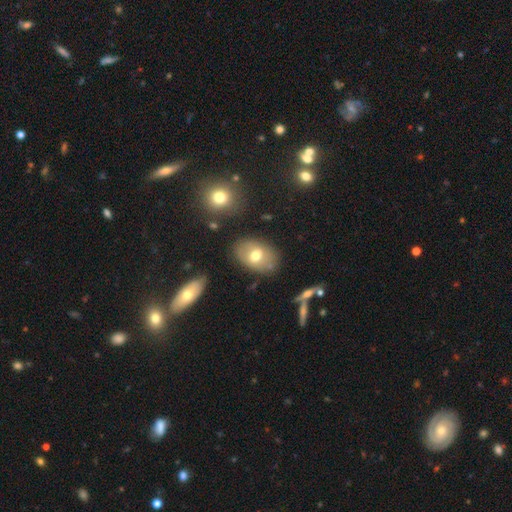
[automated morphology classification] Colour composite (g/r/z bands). It shows a smooth galaxy with no disk features (63%) that is in between round and cigar-shaped (80%). Merging: none (76%).